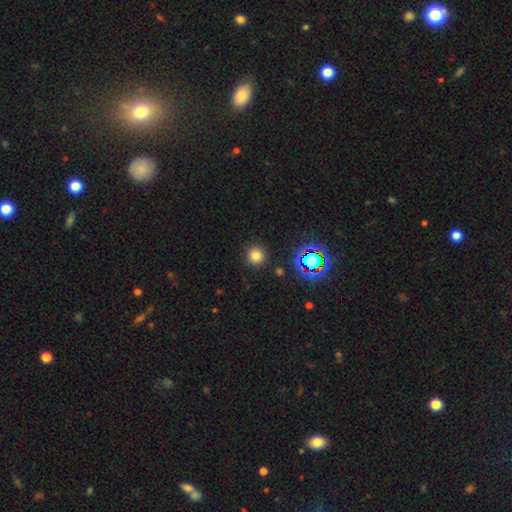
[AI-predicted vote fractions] Overall: smooth (76%). How rounded: round (95%). Merging: none (91%).